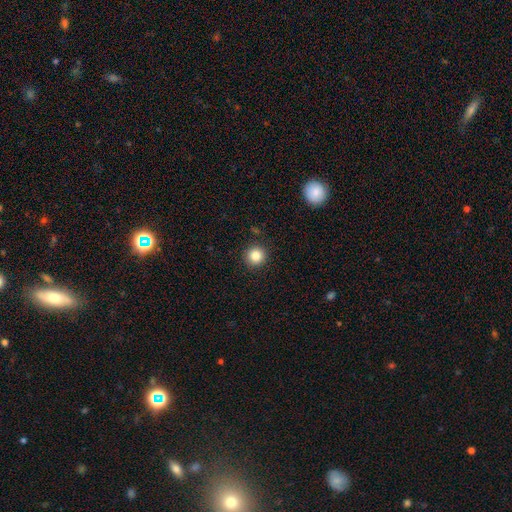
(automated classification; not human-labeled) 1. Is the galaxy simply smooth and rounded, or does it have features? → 85% smooth, 10% star or artifact, 5% featured or disk.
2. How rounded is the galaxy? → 94% round, 5% in between, 1% cigar-shaped.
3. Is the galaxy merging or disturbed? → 92% none, 5% minor disturbance, 2% major disturbance, 1% merger.